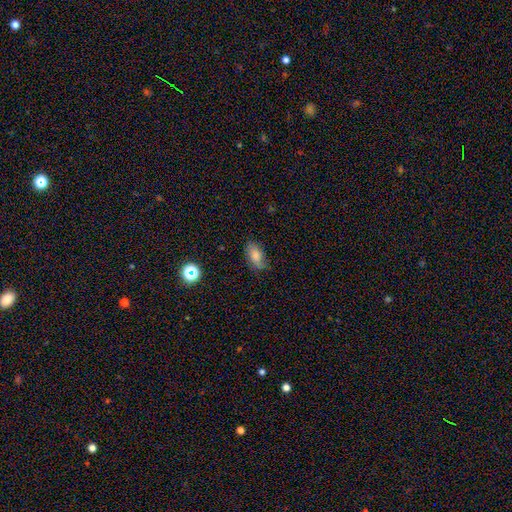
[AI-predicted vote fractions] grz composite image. It shows a smooth galaxy with no disk features (77%) that is in between round and cigar-shaped (89%). Merging: none (71%).